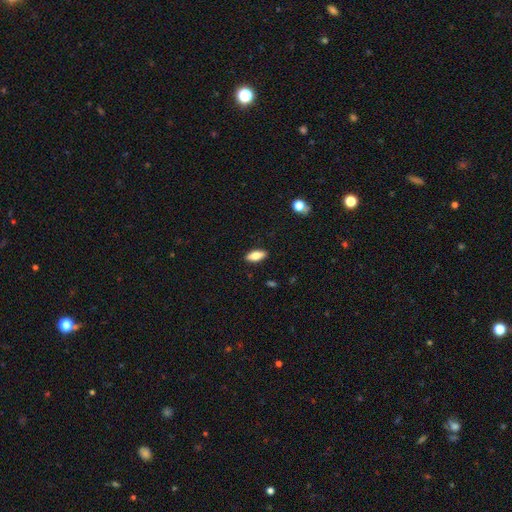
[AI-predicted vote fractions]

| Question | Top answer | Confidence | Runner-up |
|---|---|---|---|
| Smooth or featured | smooth | 74% | featured or disk (19%) |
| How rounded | in between | 80% | cigar-shaped (18%) |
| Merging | none | 89% | minor disturbance (8%) |